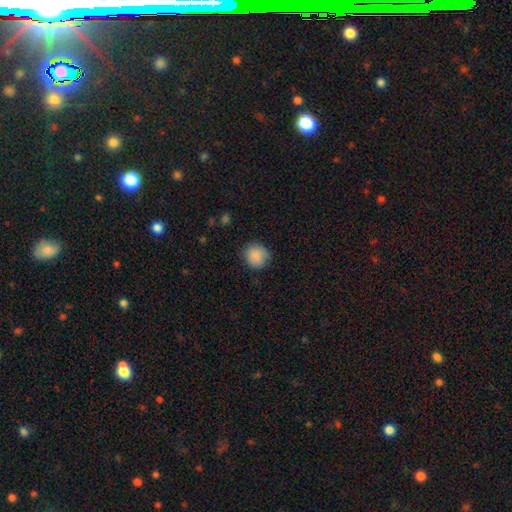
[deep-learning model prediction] smooth-or-featured: smooth: 87% | star or artifact: 8% | featured or disk: 5%
  how-rounded: round: 86% | in between: 13% | cigar-shaped: 1%
  merging: none: 82% | minor disturbance: 14% | major disturbance: 3% | merger: 1%